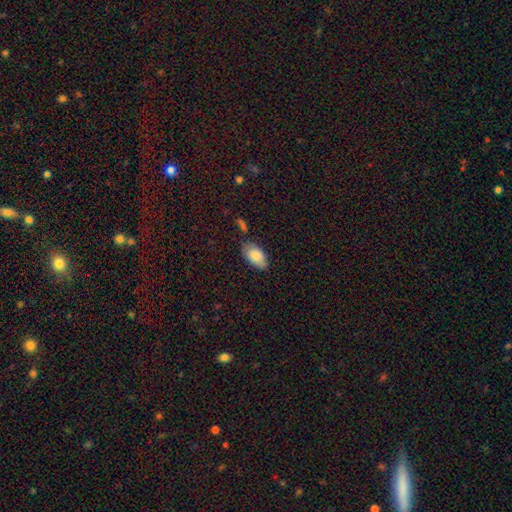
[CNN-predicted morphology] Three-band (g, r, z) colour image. It shows a smooth galaxy with no disk features (83%) that is in between round and cigar-shaped (94%). Merging: none (75%).